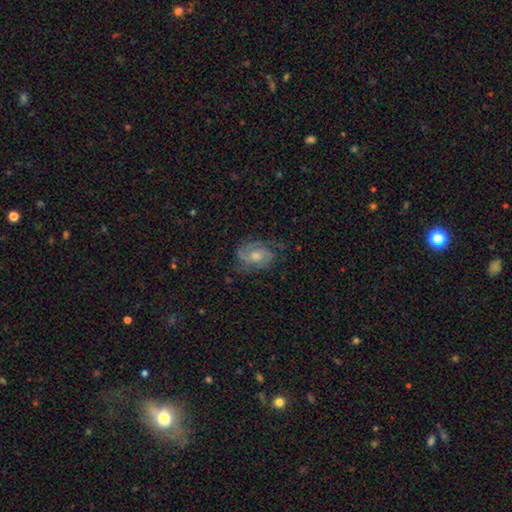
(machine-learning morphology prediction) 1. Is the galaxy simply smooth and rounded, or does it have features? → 68% featured or disk, 24% smooth, 8% star or artifact.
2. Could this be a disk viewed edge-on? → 96% no, 4% yes.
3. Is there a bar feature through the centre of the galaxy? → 67% no, 28% weak, 4% strong.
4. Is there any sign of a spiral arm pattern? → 88% yes, 12% no.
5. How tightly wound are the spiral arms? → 44% medium, 36% tight, 20% loose.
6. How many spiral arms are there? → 51% 2, 25% can't tell, 12% 3, 7% 1, 3% 4, 3% more than 4.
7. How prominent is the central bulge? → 58% moderate, 29% small, 8% large, 4% none, 1% dominant.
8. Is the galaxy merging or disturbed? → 61% none, 23% minor disturbance, 15% major disturbance, 1% merger.